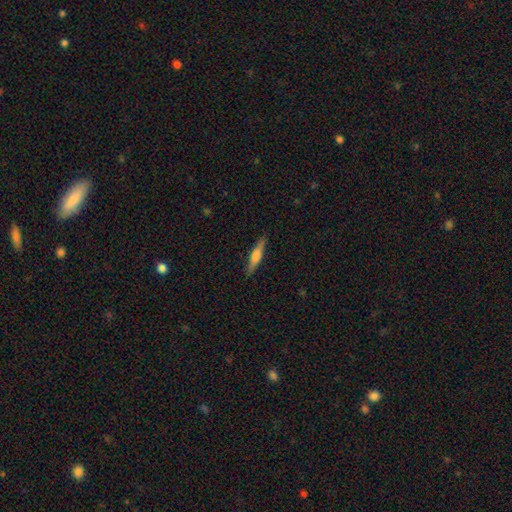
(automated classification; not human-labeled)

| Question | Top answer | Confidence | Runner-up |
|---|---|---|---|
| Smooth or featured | featured or disk | 49% | smooth (45%) |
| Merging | none | 88% | minor disturbance (9%) |